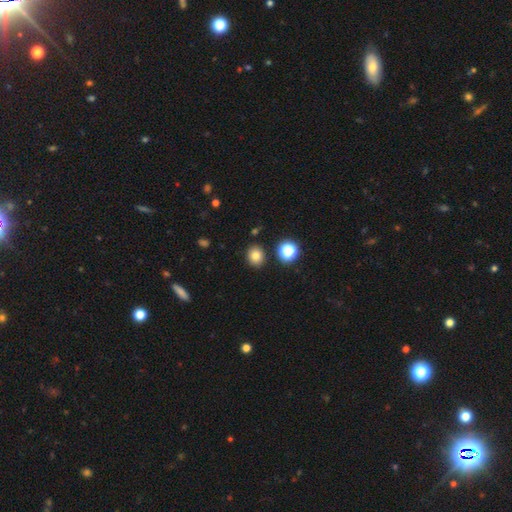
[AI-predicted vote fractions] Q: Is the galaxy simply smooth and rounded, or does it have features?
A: smooth — 79%.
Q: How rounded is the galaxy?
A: round — 69%.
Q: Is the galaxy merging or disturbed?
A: none — 87%.